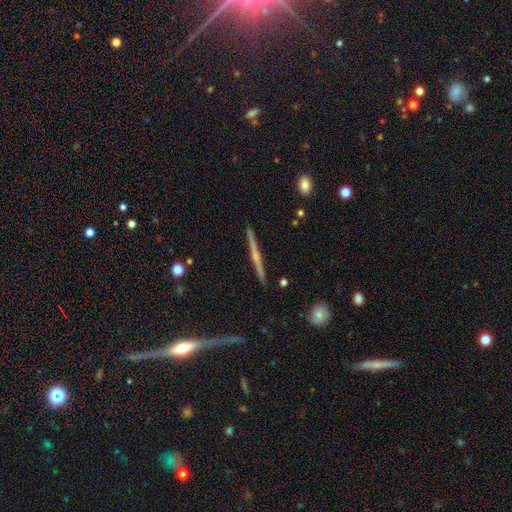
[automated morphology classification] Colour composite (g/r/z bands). It shows a featured or disk galaxy (76%) viewed edge-on (98%) with a rounded central bulge (62%). Merging: none (89%).